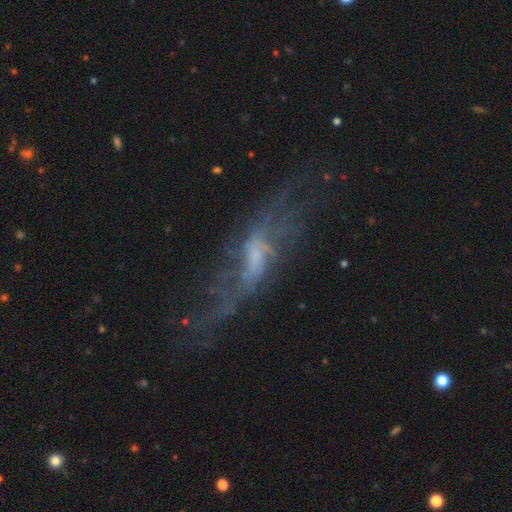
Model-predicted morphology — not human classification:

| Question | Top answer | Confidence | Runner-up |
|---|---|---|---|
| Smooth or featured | featured or disk | 73% | smooth (16%) |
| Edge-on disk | no | 77% | yes (23%) |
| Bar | weak | 44% | no (43%) |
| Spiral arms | yes | 72% | no (28%) |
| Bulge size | small | 48% | moderate (26%) |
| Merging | none | 52% | major disturbance (25%) |